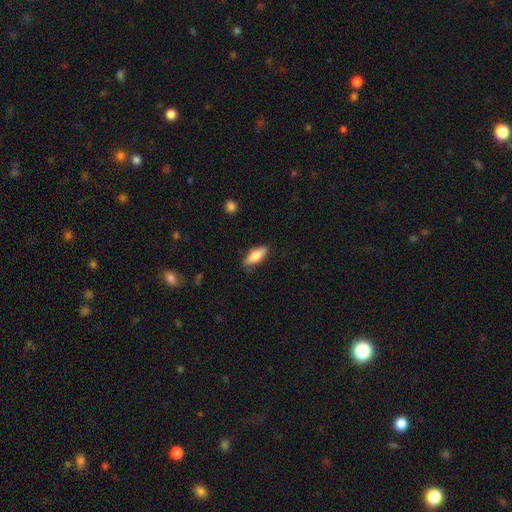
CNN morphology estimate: A smooth galaxy with no disk features (77%) that is in between round and cigar-shaped (68%). Merging: none (82%).